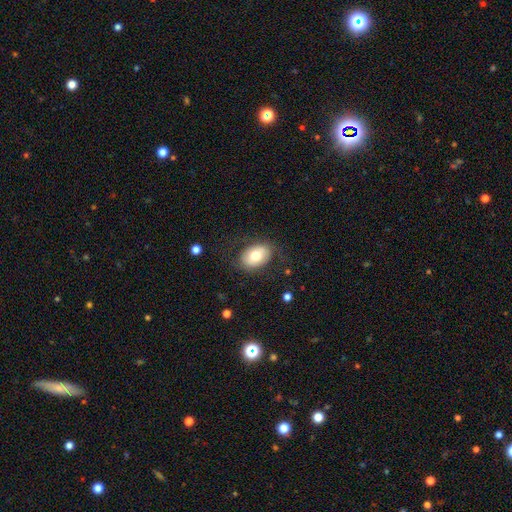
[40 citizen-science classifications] A smooth galaxy with no disk features (78%) that is in between round and cigar-shaped (87%). Merging: none (85%).